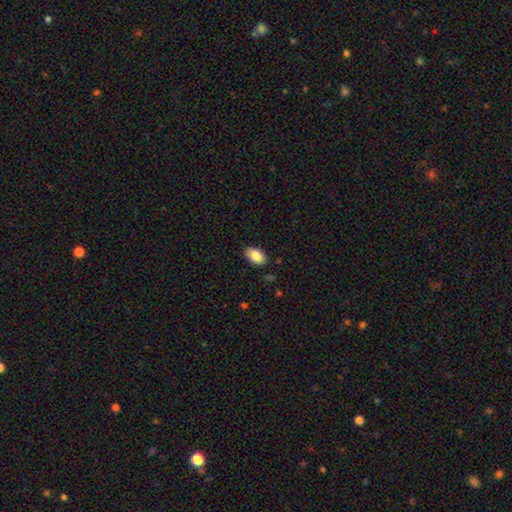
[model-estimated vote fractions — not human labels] smooth 85%, featured or disk 9%, star or artifact 7%. Down the decision tree: how rounded — in between (93%); merging — none (85%).